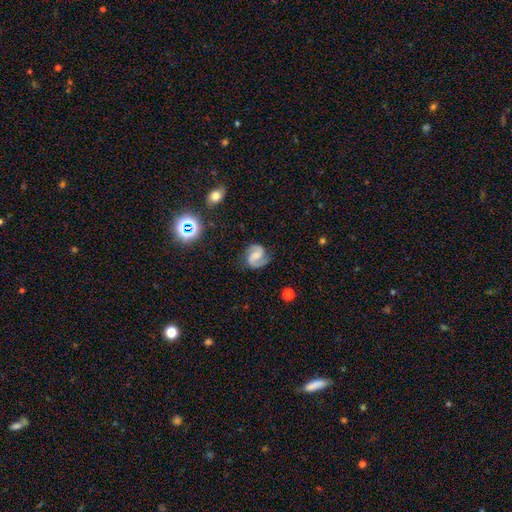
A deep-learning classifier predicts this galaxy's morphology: featured or disk 84%, smooth 9%, star or artifact 7%. Down the decision tree: edge-on disk — no (98%); bar — weak (46%); spiral arms — yes (97%); spiral arm count — 2 (92%); spiral winding — medium (55%); bulge size — none (42%); merging — none (80%).